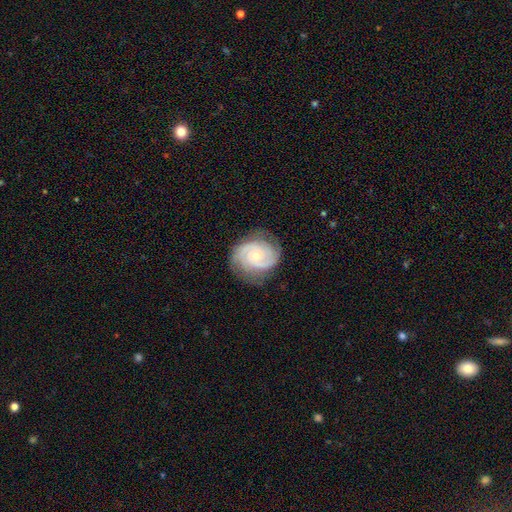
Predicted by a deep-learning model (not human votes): A featured or disk galaxy (85%) with no bar (73%), 2 (54%) tight (58%) spiral arms (96%) and a small central bulge (62%). Merging: none (75%).